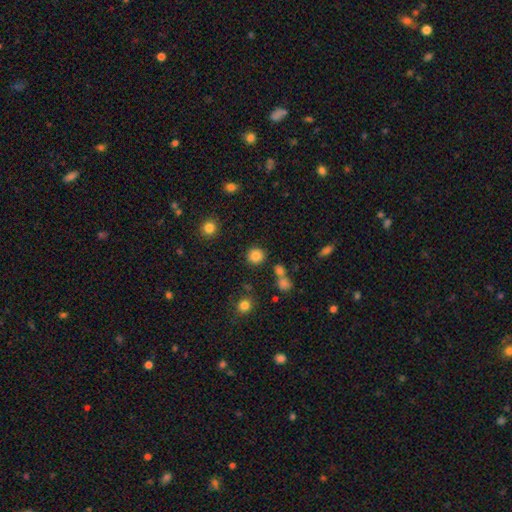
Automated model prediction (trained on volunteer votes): A smooth galaxy with no disk features (83%) that is round (91%). Merging: none (86%).